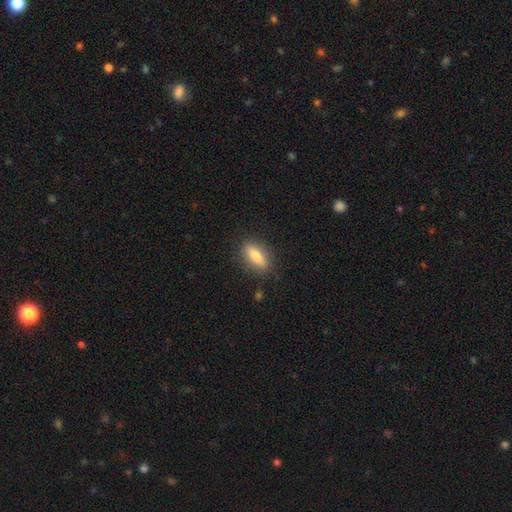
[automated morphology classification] This is likely a smooth galaxy (69%). How rounded: likely in between (62%). Merging: clearly none (86%).